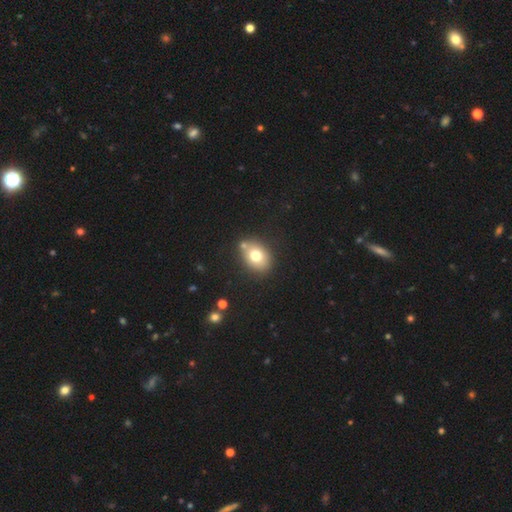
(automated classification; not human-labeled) Q: Smooth or featured?
A: smooth (73%); runner-up: featured or disk (16%)
Q: How rounded?
A: in between (61%); runner-up: round (38%)
Q: Merging?
A: none (72%); runner-up: minor disturbance (13%)